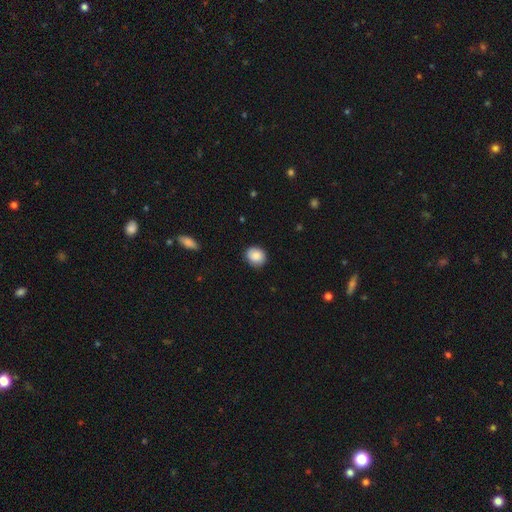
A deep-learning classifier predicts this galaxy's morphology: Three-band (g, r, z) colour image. It shows a smooth galaxy with no disk features (88%) that is round (72%). Merging: none (87%).